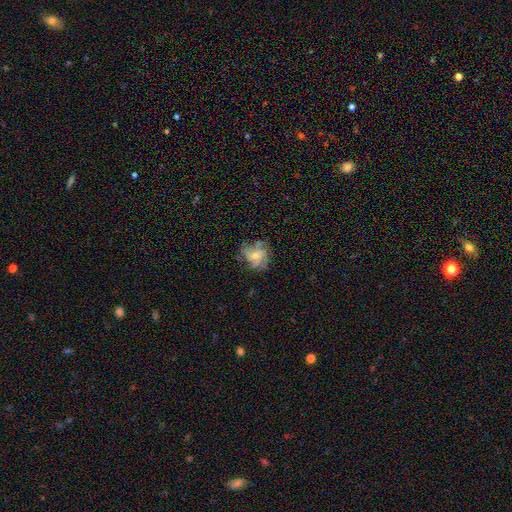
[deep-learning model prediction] Smooth or featured?
  - featured or disk: 65% *
  - smooth: 24%
  - star or artifact: 11%
Edge-on disk?
  - no: 97% *
  - yes: 3%
Bar?
  - no: 72% *
  - weak: 24%
  - strong: 4%
Spiral arms?
  - yes: 84% *
  - no: 16%
Spiral winding?
  - medium: 44% *
  - tight: 35%
  - loose: 21%
Spiral arm count?
  - can't tell: 31% *
  - 3: 25%
  - 4: 19%
  - 2: 12%
  - more than 4: 7%
  - 1: 5%
Bulge size?
  - small: 60% *
  - moderate: 32%
  - none: 4%
  - large: 2%
  - dominant: 1%
Merging?
  - none: 62% *
  - minor disturbance: 22%
  - major disturbance: 14%
  - merger: 2%